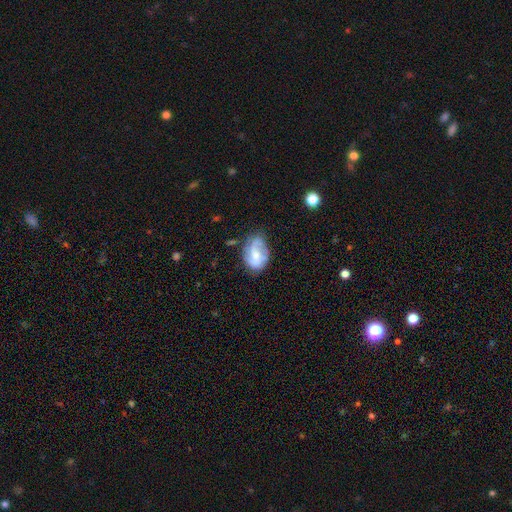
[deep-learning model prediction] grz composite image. It shows a featured or disk galaxy (58%) with no bar (50%), spiral arms (78%) and a moderate central bulge (39%). Merging: none (52%).